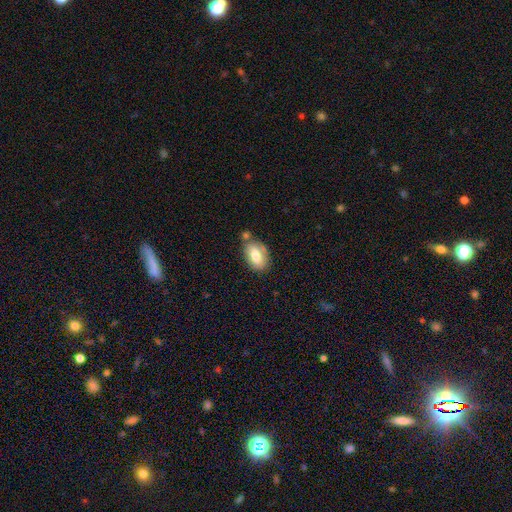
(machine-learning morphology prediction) A smooth galaxy with no disk features (73%) that is in between round and cigar-shaped (92%).

Vote fractions:
- Smooth or featured? smooth: 73% / featured or disk: 20% / star or artifact: 7%
- How rounded? in between: 92% / round: 6% / cigar-shaped: 2%
- Merging? none: 63% / minor disturbance: 19% / merger: 13% / major disturbance: 5%